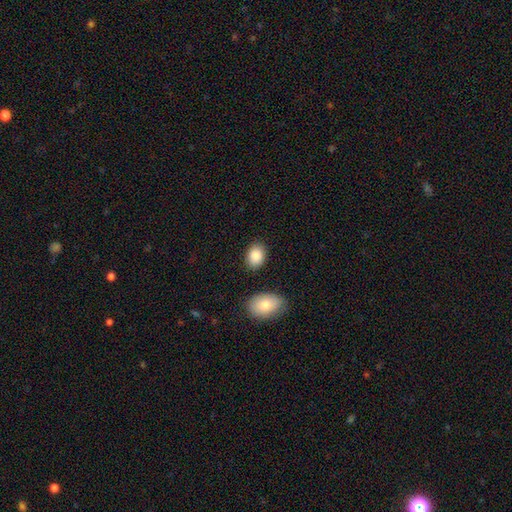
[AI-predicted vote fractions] Smooth or featured? smooth (88%)
How rounded? in between (79%)
Merging? none (82%)